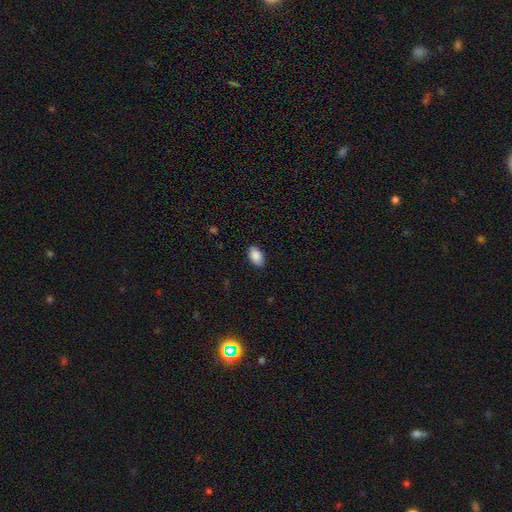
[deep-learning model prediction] smooth 89%, star or artifact 7%, featured or disk 4%. Down the decision tree: how rounded — in between (93%); merging — none (88%).